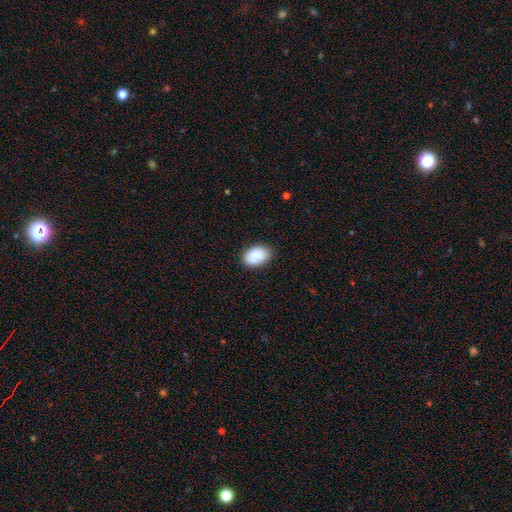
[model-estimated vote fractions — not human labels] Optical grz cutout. It shows a smooth galaxy with no disk features (86%) that is in between round and cigar-shaped (87%). Merging: none (81%).